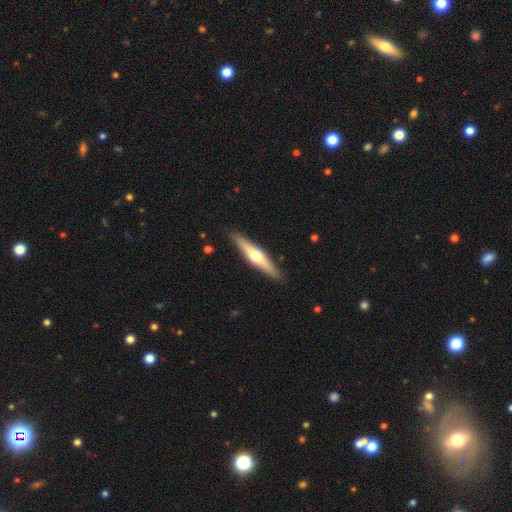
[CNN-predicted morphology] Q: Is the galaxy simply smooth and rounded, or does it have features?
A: featured or disk — 56%.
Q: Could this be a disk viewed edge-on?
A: yes — 94%.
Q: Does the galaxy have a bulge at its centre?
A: rounded — 91%.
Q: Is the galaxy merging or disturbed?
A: none — 89%.